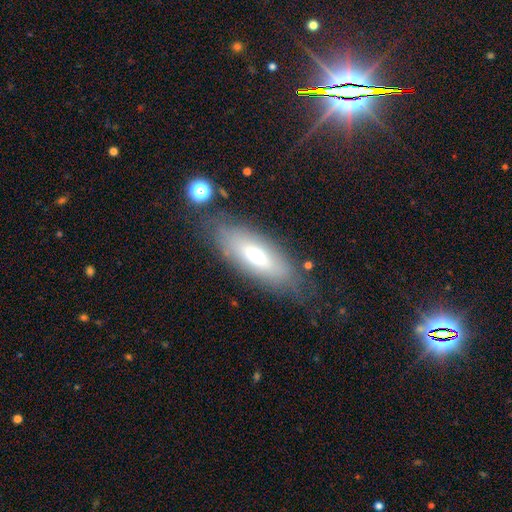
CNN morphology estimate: Q: Smooth or featured?
A: smooth (51%); runner-up: featured or disk (38%)
Q: How rounded?
A: in between (68%); runner-up: cigar-shaped (30%)
Q: Merging?
A: none (77%); runner-up: minor disturbance (15%)